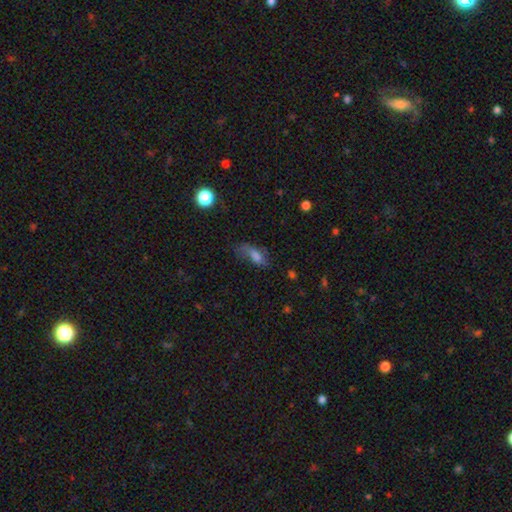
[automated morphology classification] Smooth or featured: smooth — 61% (featured or disk — 26%)
How rounded: in between — 73% (cigar-shaped — 22%)
Merging: none — 40% (major disturbance — 29%)